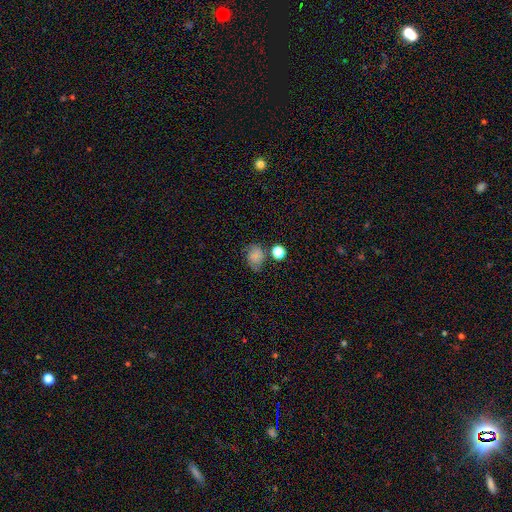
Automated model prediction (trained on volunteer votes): The model was most divided on "how rounded": round: 50%, in between: 49%, cigar-shaped: 1%. More confident: smooth or featured — smooth (65%); merging — none (59%).